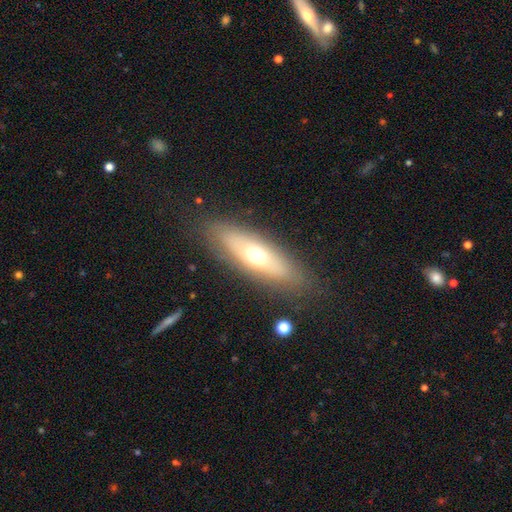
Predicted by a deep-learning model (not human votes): smooth_or_featured: smooth (p=0.54) [alt: featured or disk p=0.38]
how_rounded: in between (p=0.55) [alt: cigar-shaped p=0.42]
merging: none (p=0.83) [alt: minor disturbance p=0.11]